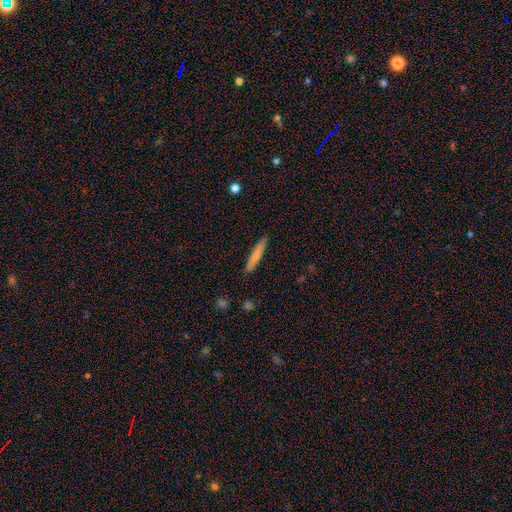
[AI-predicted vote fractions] Smooth or featured: smooth — 71% (featured or disk — 23%)
How rounded: cigar-shaped — 93% (in between — 6%)
Merging: none — 88% (minor disturbance — 9%)